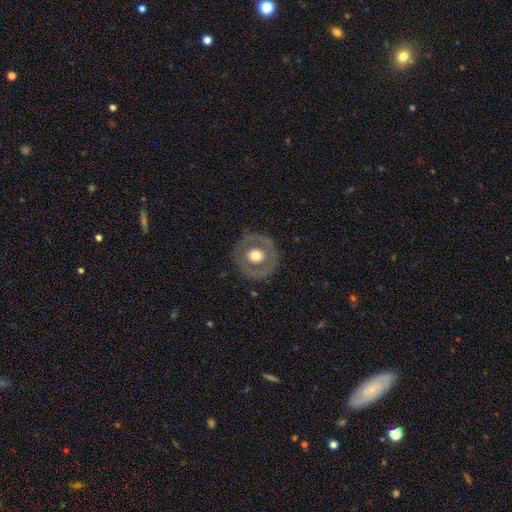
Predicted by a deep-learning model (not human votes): Smooth or featured: featured or disk — 47% (tied with smooth — 47%)
Merging: none — 83% (minor disturbance — 10%)